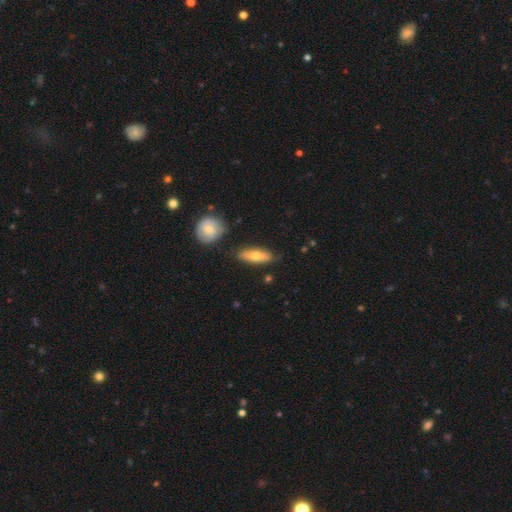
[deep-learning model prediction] Smooth or featured? smooth (58%)
How rounded? in between (53%)
Merging? none (80%)